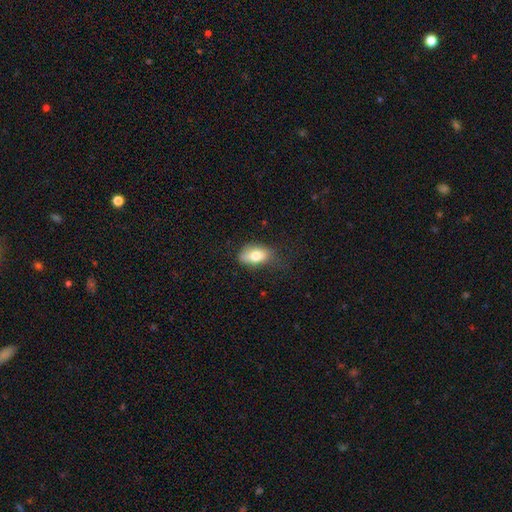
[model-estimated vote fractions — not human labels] Q: Smooth or featured?
A: smooth (76%); runner-up: featured or disk (16%)
Q: How rounded?
A: in between (89%); runner-up: round (7%)
Q: Merging?
A: none (58%); runner-up: minor disturbance (29%)